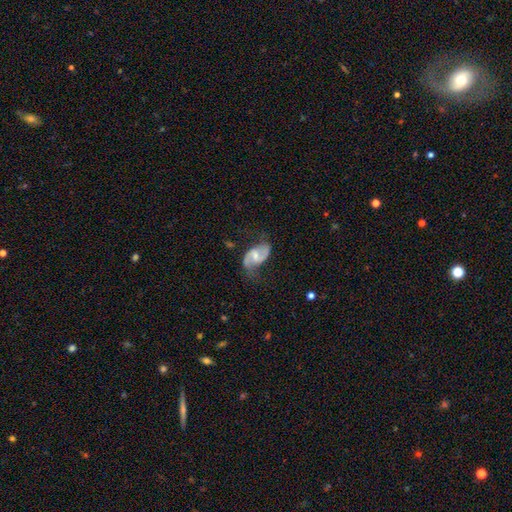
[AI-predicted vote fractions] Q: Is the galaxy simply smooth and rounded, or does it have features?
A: featured or disk — 83%.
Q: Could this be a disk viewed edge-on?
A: no — 98%.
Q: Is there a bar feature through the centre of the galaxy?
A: weak — 52%.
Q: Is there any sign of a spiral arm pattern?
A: yes — 95%.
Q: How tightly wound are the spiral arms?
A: loose — 51%.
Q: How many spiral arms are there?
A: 2 — 91%.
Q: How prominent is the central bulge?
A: moderate — 48%.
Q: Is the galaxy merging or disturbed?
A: none — 64%.